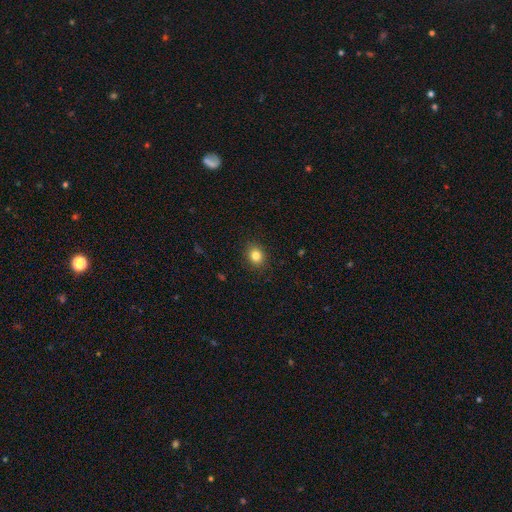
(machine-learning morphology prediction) Overall: smooth (83%). How rounded: round (64%; in between 35%). Merging: none (89%).